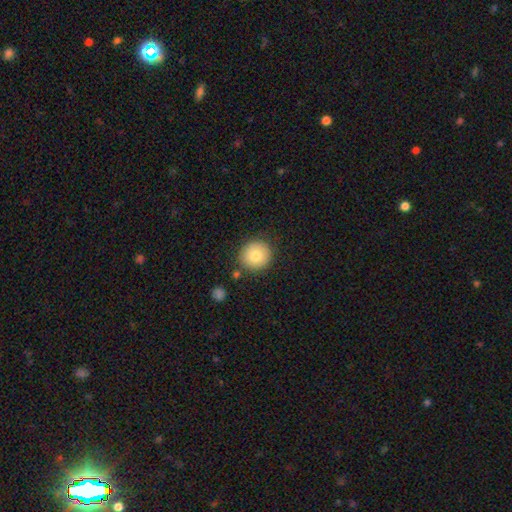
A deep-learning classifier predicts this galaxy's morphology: Smooth or featured?
  - smooth: 79% *
  - featured or disk: 12%
  - star or artifact: 8%
How rounded?
  - round: 92% *
  - in between: 7%
  - cigar-shaped: 1%
Merging?
  - none: 84% *
  - minor disturbance: 9%
  - merger: 4%
  - major disturbance: 3%